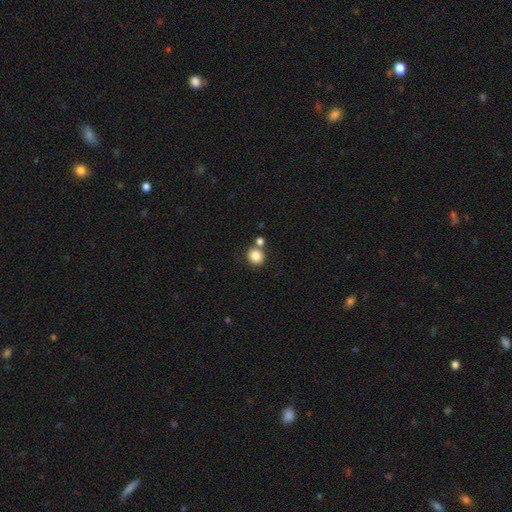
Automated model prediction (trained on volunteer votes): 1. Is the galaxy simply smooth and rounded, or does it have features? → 84% smooth, 10% star or artifact, 6% featured or disk.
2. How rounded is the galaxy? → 84% round, 15% in between, 1% cigar-shaped.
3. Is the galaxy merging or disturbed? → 68% none, 20% merger, 8% minor disturbance, 3% major disturbance.